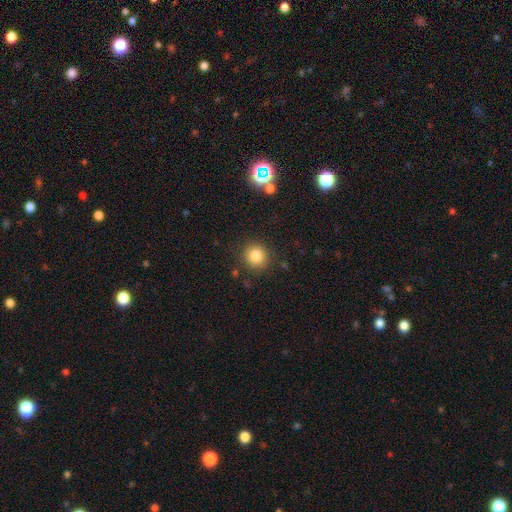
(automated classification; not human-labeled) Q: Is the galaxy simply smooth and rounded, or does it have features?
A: smooth — 83%.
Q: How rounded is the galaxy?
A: round — 91%.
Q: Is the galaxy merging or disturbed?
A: none — 87%.